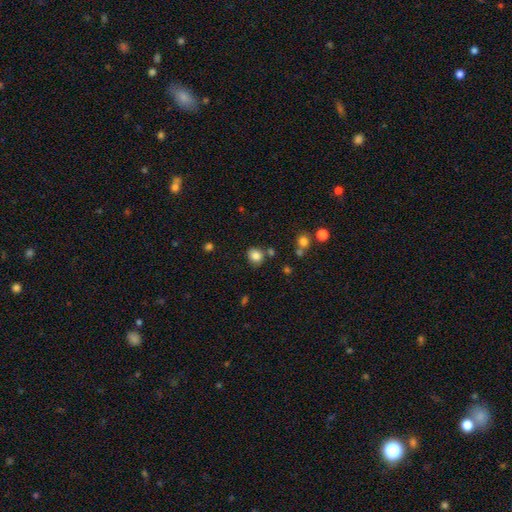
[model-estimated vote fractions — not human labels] Smooth or featured? Predicted: smooth (p=0.83). How rounded? Predicted: round (p=0.76). Merging? Predicted: none (p=0.76).